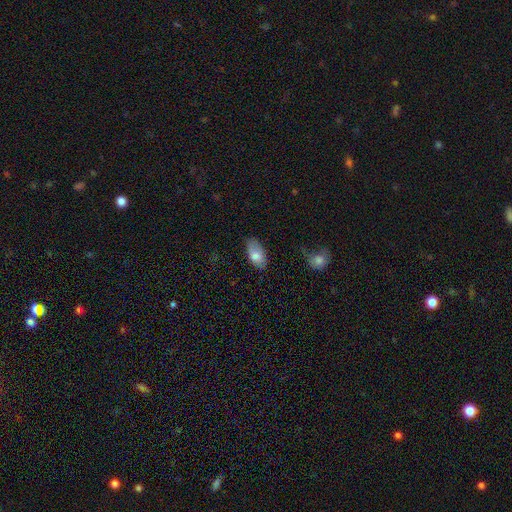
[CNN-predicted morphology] Q: Smooth or featured?
A: smooth (78%); runner-up: featured or disk (15%)
Q: How rounded?
A: in between (93%); runner-up: round (4%)
Q: Merging?
A: none (69%); runner-up: minor disturbance (24%)